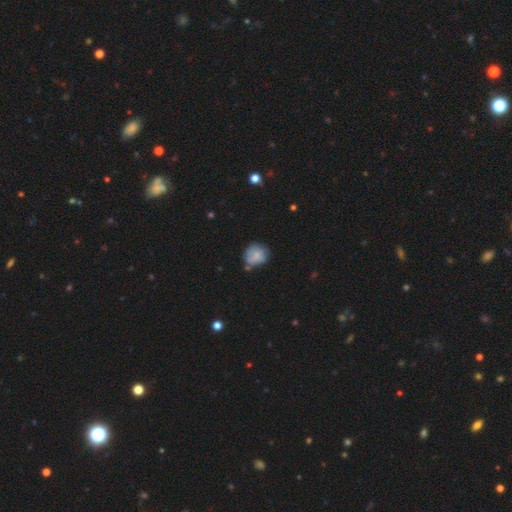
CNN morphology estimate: type=smooth (70%); roundness=round (78%); merging=none (52%).